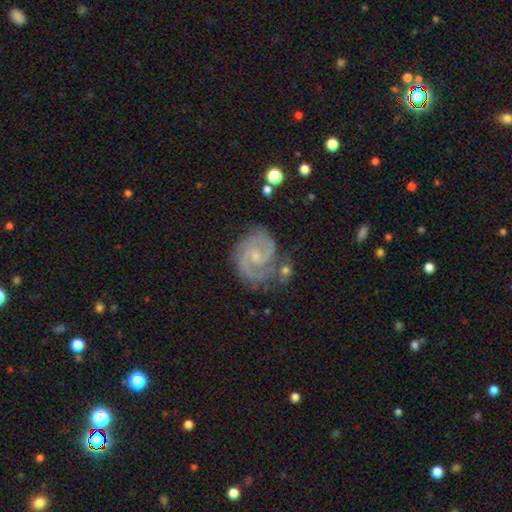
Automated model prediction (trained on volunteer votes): smooth-or-featured: featured or disk: 89% | smooth: 5% | star or artifact: 5%
  disk-edge-on: no: 98% | yes: 2%
    bar: no: 50% | weak: 43% | strong: 7%
    has-spiral-arms: yes: 98% | no: 2%
      spiral-winding: medium: 46% (tied) | tight: 46% (tied) | loose: 8%
      spiral-arm-count: 2: 78% | 3: 10% | can't tell: 5% | 1: 2% | 4: 2% | more than 4: 2%
    bulge-size: small: 67% | moderate: 24% | none: 7% | large: 1% | dominant: 1%
  merging: none: 66% | minor disturbance: 19% | major disturbance: 8% | merger: 7%